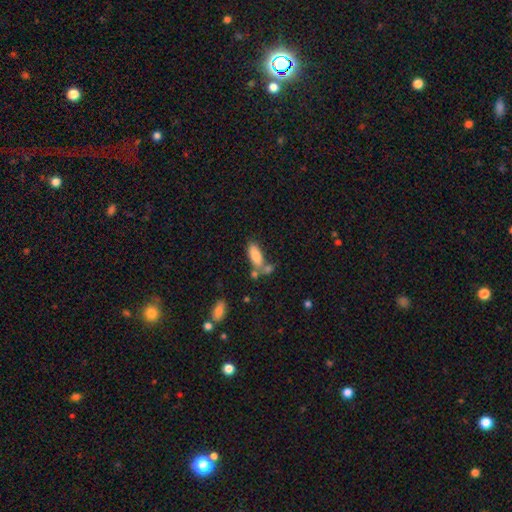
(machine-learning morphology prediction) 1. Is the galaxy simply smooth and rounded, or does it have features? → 84% smooth, 9% featured or disk, 7% star or artifact.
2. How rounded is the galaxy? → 79% in between, 19% cigar-shaped, 2% round.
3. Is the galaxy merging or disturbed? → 49% none, 28% merger, 17% minor disturbance, 6% major disturbance.